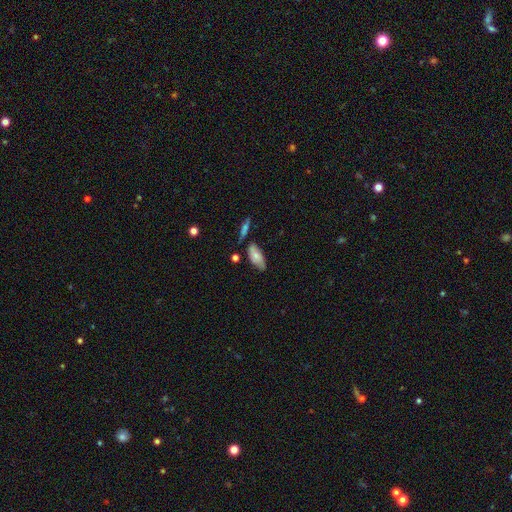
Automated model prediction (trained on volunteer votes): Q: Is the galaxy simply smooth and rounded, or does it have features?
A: smooth — 59%.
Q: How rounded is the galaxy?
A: in between — 87%.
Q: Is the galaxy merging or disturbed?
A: none — 61%.